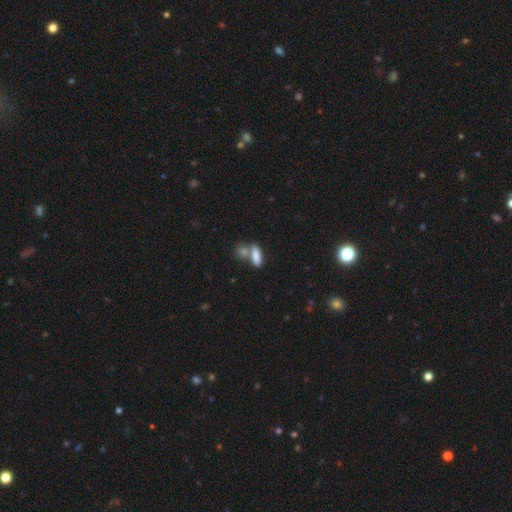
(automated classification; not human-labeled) Smooth or featured? smooth (83%)
How rounded? in between (65%)
Merging? none (45%)